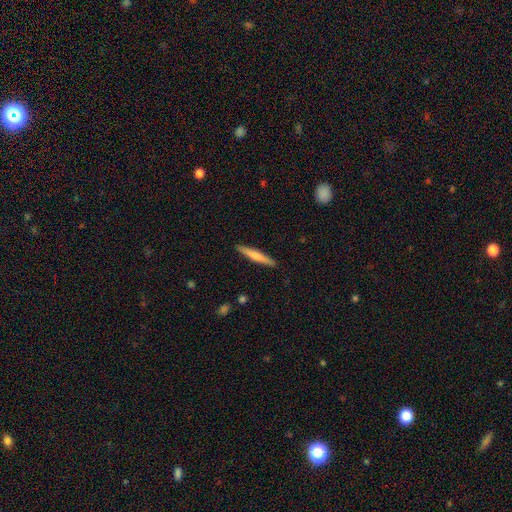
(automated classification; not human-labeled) Smooth or featured: smooth — 62% (featured or disk — 33%)
How rounded: cigar-shaped — 94% (in between — 5%)
Merging: none — 91% (minor disturbance — 7%)